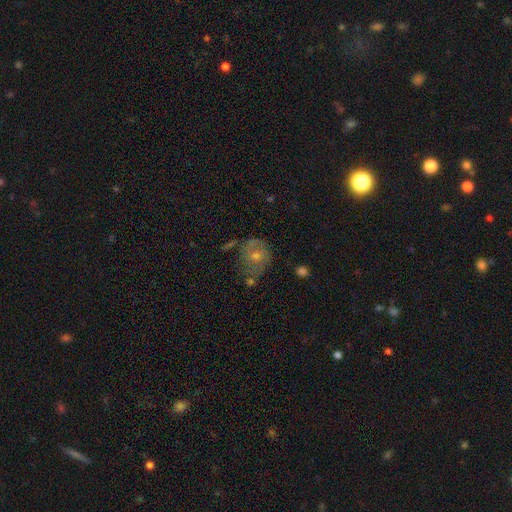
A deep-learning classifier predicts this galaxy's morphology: smooth-or-featured: featured or disk: 51% | smooth: 31% | star or artifact: 17%
  disk-edge-on: no: 96% | yes: 4%
  merging: none: 57% | minor disturbance: 22% | major disturbance: 12% | merger: 9%